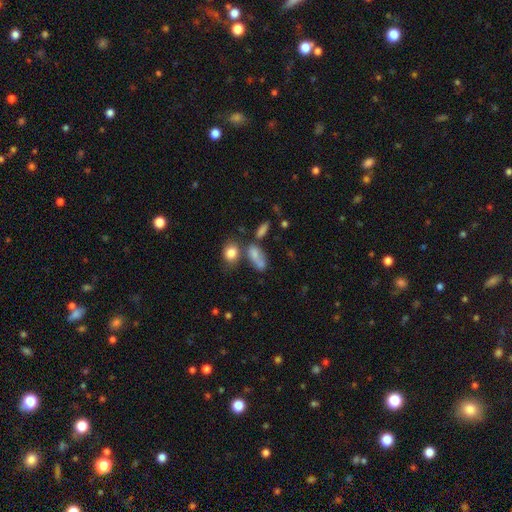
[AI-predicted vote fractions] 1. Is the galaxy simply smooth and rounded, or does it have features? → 72% smooth, 16% featured or disk, 12% star or artifact.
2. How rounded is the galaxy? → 74% in between, 16% round, 10% cigar-shaped.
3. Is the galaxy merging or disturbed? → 38% none, 33% merger, 18% minor disturbance, 12% major disturbance.